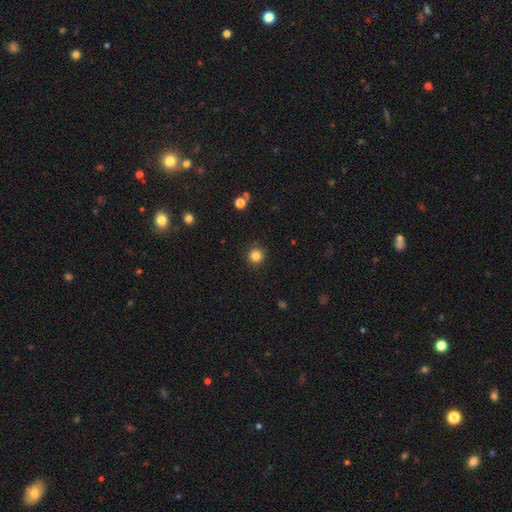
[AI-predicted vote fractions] The model was most divided on "smooth or featured": smooth: 83%, star or artifact: 12%, featured or disk: 4%. More confident: how rounded — round (95%); merging — none (91%).